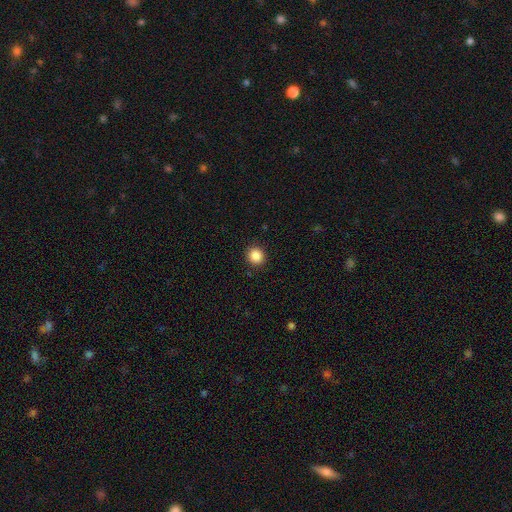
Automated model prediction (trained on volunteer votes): Overall: smooth (87%). How rounded: round (89%). Merging: none (91%).